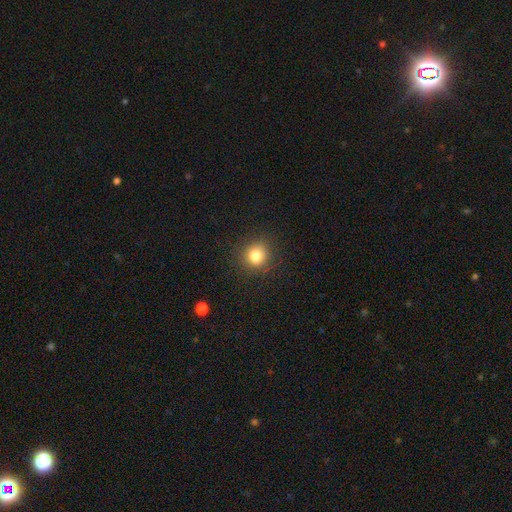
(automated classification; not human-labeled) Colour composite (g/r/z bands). It shows a smooth galaxy with no disk features (83%) that is round (85%). Merging: none (88%).